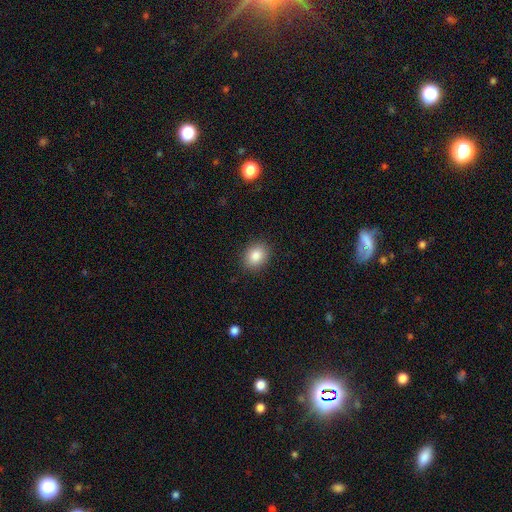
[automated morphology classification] Overall: smooth (85%). How rounded: in between (50%; round 49%). Merging: none (89%).